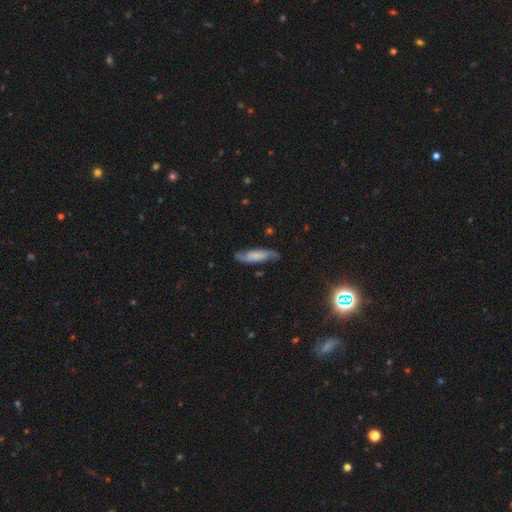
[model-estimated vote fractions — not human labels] This is possibly a featured or disk galaxy (57%). It is likely not viewed edge-on (75%). Merging: likely none (78%).